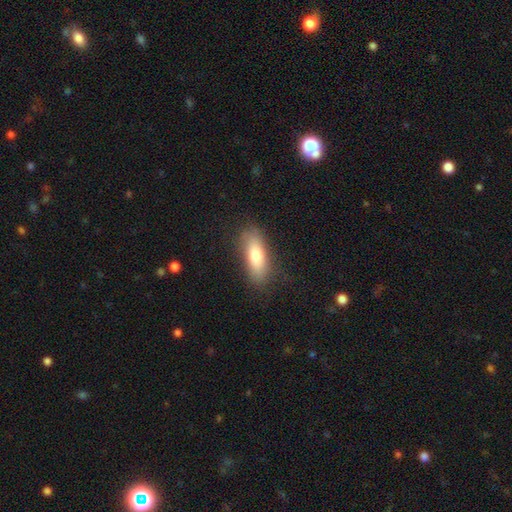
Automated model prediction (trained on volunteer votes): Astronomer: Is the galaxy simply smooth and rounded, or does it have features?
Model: smooth — 77%.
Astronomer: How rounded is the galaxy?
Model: in between — 61% (runner-up: cigar-shaped, 37%).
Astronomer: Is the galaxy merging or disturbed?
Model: none — 81%.